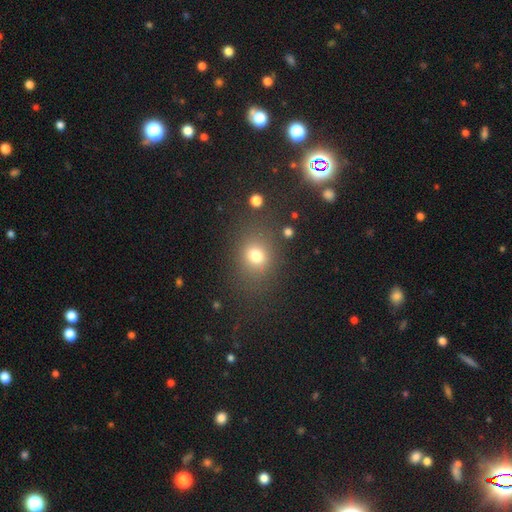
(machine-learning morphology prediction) smooth-or-featured: smooth: 76% | star or artifact: 16% | featured or disk: 9%
  how-rounded: round: 56% | in between: 43% | cigar-shaped: 1%
  merging: none: 76% | minor disturbance: 13% | major disturbance: 7% | merger: 4%